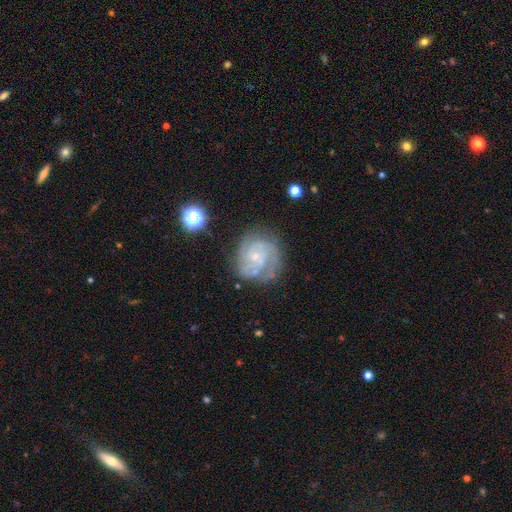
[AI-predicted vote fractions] The model was most divided on "spiral arm count": 3: 30%, can't tell: 26%, 2: 18%, 4: 15%, more than 4: 6%, 1: 5%. More confident: edge-on disk — no (98%); spiral arms — yes (95%); smooth or featured — featured or disk (83%); bulge size — small (79%); bar — no (72%); merging — none (70%); spiral winding — tight (63%).